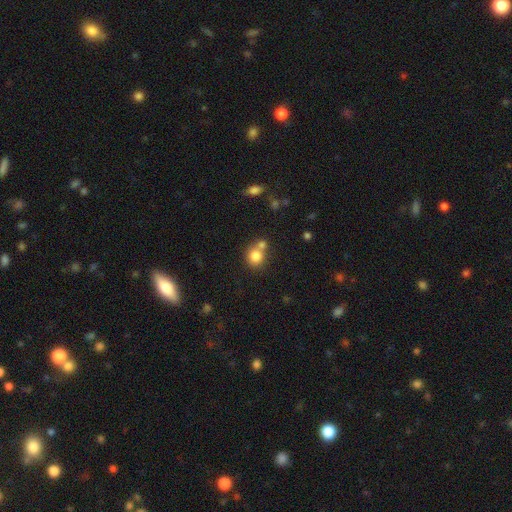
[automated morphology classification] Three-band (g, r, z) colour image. It shows a smooth galaxy with no disk features (80%) that is round (83%). Merging: none (49%).